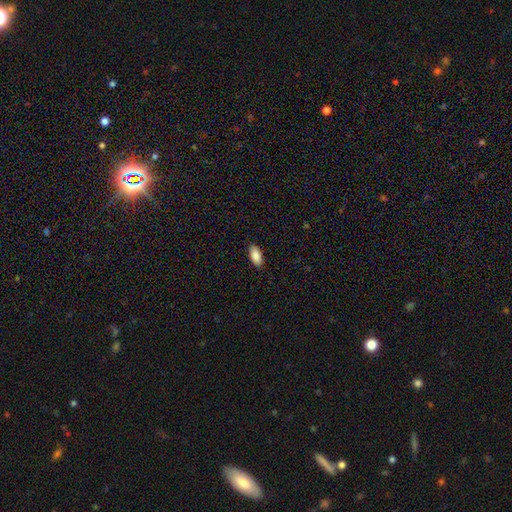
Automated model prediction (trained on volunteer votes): Smooth or featured?
  - smooth: 88% *
  - star or artifact: 7%
  - featured or disk: 5%
How rounded?
  - in between: 91% *
  - cigar-shaped: 7%
  - round: 2%
Merging?
  - none: 89% *
  - minor disturbance: 8%
  - major disturbance: 2%
  - merger: 1%